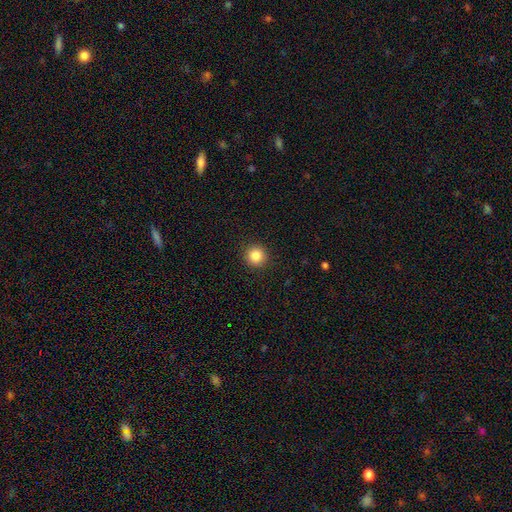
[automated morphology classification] A smooth galaxy with no disk features (85%) that is round (94%).

Vote fractions:
- Smooth or featured? smooth: 85% / star or artifact: 10% / featured or disk: 4%
- How rounded? round: 94% / in between: 5% / cigar-shaped: 1%
- Merging? none: 92% / minor disturbance: 5% / major disturbance: 2% / merger: 1%